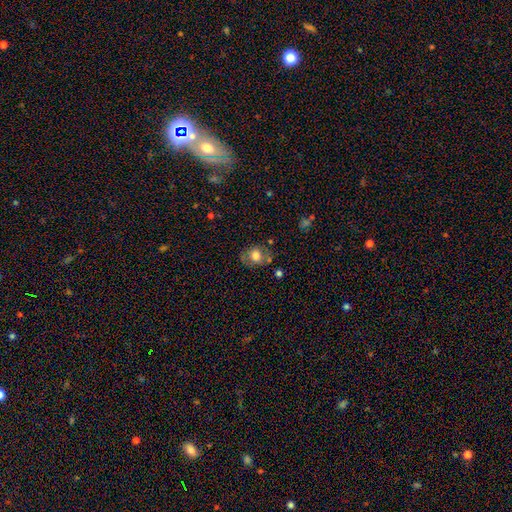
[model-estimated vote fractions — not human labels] A smooth galaxy with no disk features (66%) that is round (53%). Merging: none (67%).